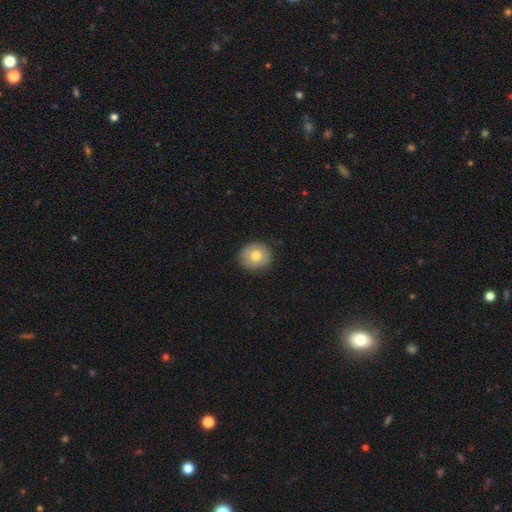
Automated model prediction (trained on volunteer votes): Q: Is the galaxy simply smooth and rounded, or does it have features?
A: smooth — 78%.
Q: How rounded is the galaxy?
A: round — 86%.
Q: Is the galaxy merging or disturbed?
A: none — 87%.